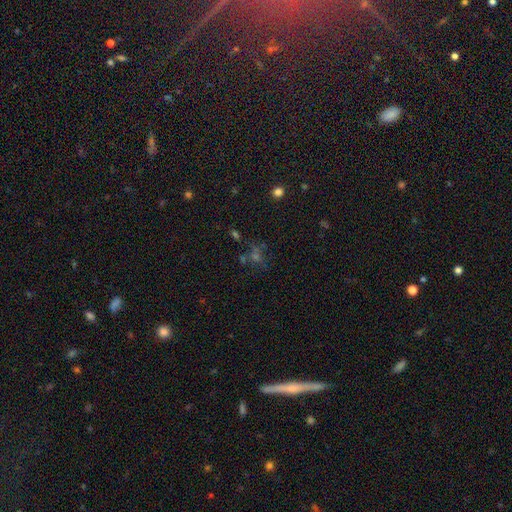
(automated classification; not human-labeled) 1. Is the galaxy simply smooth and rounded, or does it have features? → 49% star or artifact, 30% smooth, 21% featured or disk.